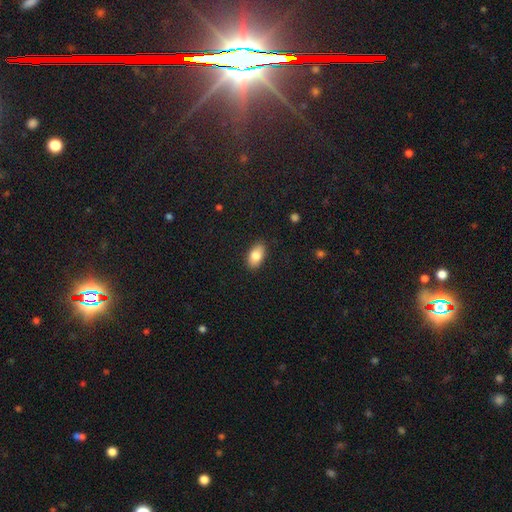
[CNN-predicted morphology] type=smooth (81%); roundness=in between (93%); merging=none (88%).